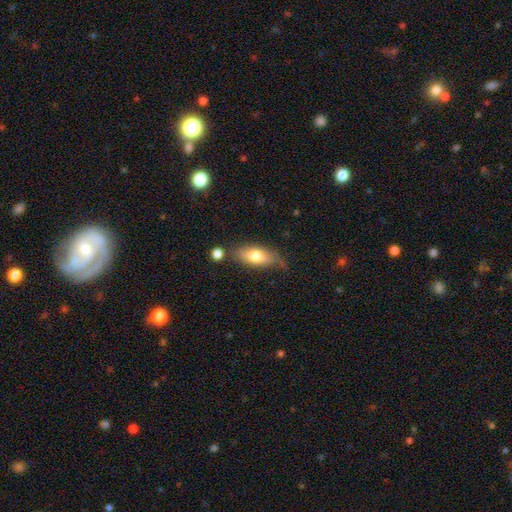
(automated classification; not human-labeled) This appears to be a smooth galaxy with no disk features (70%) that is in between round and cigar-shaped (79%). Merging: none (60%).